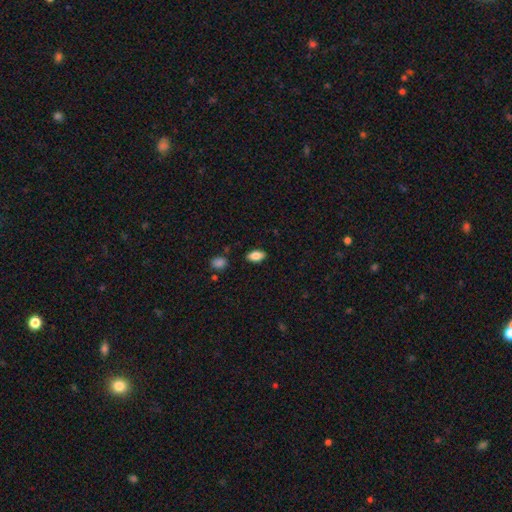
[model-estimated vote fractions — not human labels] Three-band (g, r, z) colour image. It shows a smooth galaxy with no disk features (83%) that is in between round and cigar-shaped (90%). Merging: none (86%).